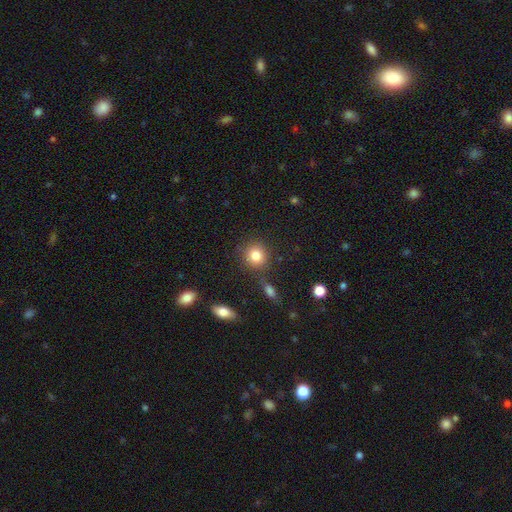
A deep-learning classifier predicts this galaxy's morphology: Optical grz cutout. It shows a smooth galaxy with no disk features (83%) that is round (87%). Merging: none (81%).